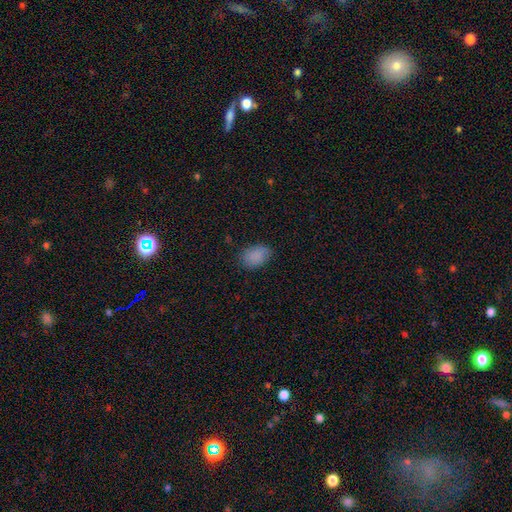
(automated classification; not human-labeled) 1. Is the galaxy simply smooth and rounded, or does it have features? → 86% smooth, 9% star or artifact, 5% featured or disk.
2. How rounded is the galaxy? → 86% in between, 13% round, 1% cigar-shaped.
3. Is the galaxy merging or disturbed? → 77% none, 18% minor disturbance, 4% major disturbance, 1% merger.